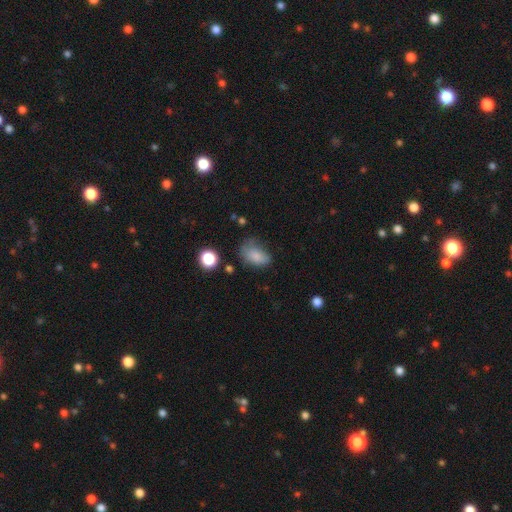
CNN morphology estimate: smooth-or-featured: smooth: 80% | star or artifact: 11% | featured or disk: 9%
  how-rounded: in between: 84% | round: 14% | cigar-shaped: 2%
  merging: none: 47% | minor disturbance: 34% | major disturbance: 16% | merger: 3%